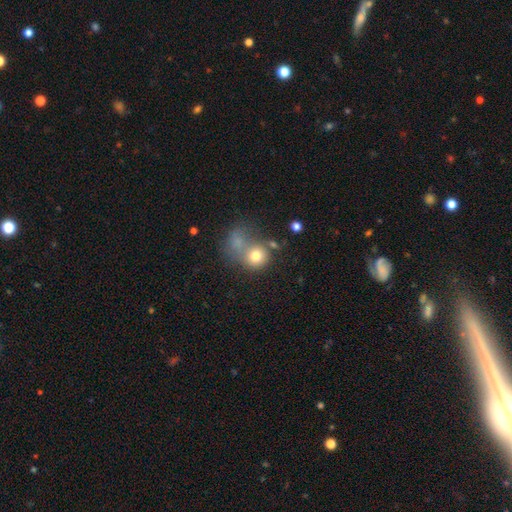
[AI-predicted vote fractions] A smooth galaxy with no disk features (76%) that is round (76%). Merging: merger (40%).